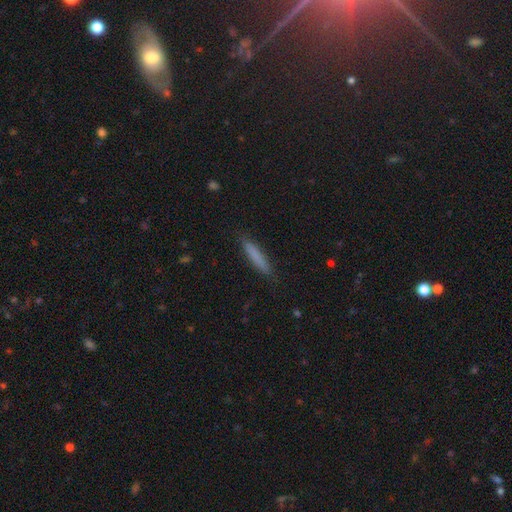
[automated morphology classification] A smooth galaxy with no disk features (78%) that is cigar-shaped (93%).

Vote fractions:
- Smooth or featured? smooth: 78% / featured or disk: 16% / star or artifact: 6%
- How rounded? cigar-shaped: 93% / in between: 6% / round: 1%
- Merging? none: 88% / minor disturbance: 9% / major disturbance: 2% / merger: 1%